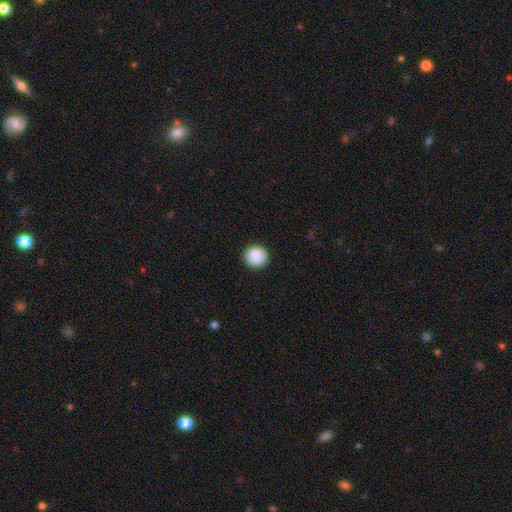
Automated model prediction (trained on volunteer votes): Overall: smooth (88%). How rounded: round (92%). Merging: none (90%).